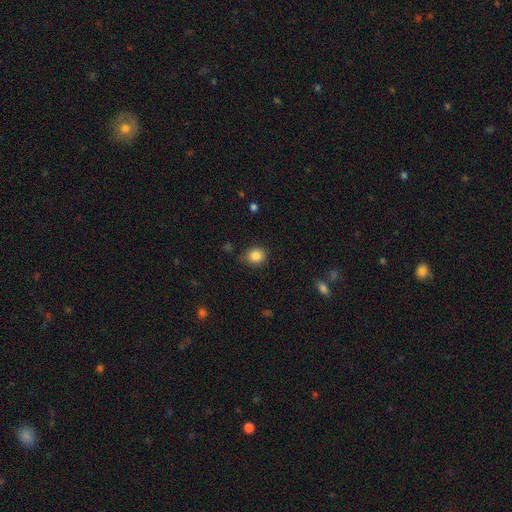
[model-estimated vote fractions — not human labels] smooth 86%, star or artifact 10%, featured or disk 4%. Down the decision tree: how rounded — round (73%); merging — none (81%).